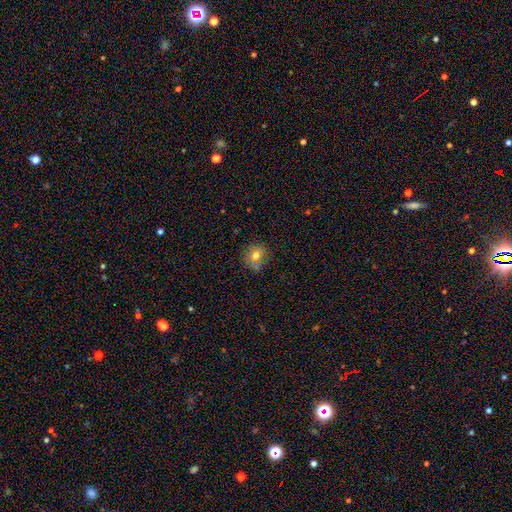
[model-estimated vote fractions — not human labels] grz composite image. It shows a smooth galaxy with no disk features (76%) that is round (80%). Merging: none (75%).